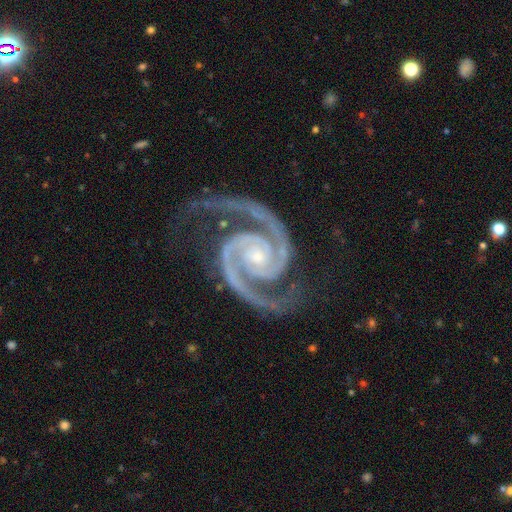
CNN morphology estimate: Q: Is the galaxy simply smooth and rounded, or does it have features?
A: featured or disk — 95%.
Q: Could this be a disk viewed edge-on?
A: no — 98%.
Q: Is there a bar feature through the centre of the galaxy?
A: no — 71%.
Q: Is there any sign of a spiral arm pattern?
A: yes — 99%.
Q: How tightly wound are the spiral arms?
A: tight — 51%.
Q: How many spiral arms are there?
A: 2 — 94%.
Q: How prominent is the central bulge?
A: small — 66%.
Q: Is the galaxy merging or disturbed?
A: none — 76%.